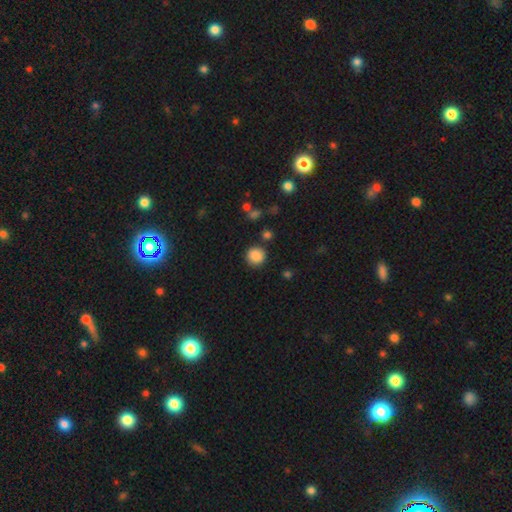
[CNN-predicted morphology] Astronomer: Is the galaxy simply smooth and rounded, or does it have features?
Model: smooth — 87%.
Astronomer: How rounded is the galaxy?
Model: round — 91%.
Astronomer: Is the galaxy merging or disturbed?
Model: none — 86%.